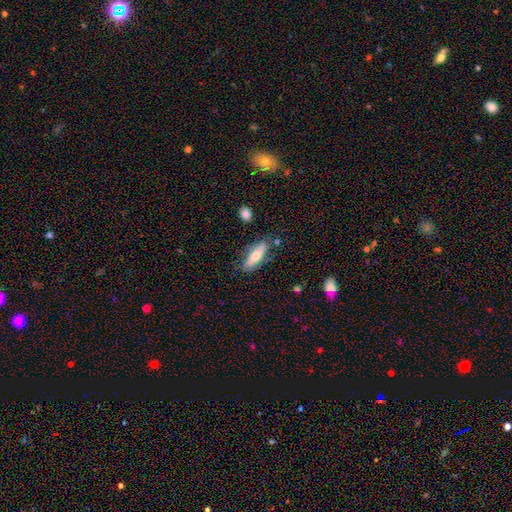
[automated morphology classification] A smooth galaxy with no disk features (60%) that is in between round and cigar-shaped (55%). Merging: none (72%).